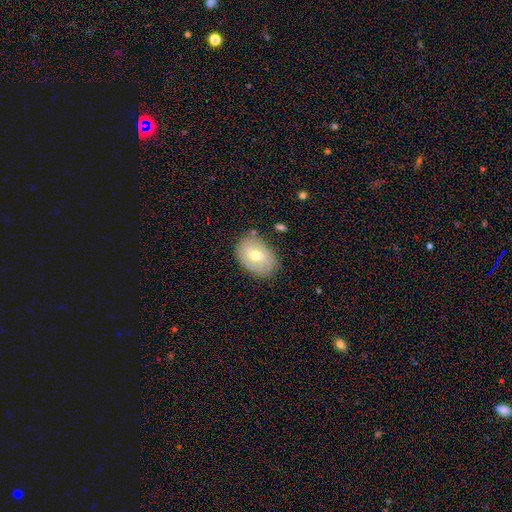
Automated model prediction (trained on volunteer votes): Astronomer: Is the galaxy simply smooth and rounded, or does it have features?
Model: smooth — 55% (runner-up: featured or disk, 37%).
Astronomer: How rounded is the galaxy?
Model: in between — 77%.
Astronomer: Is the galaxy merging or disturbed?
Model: none — 78%.